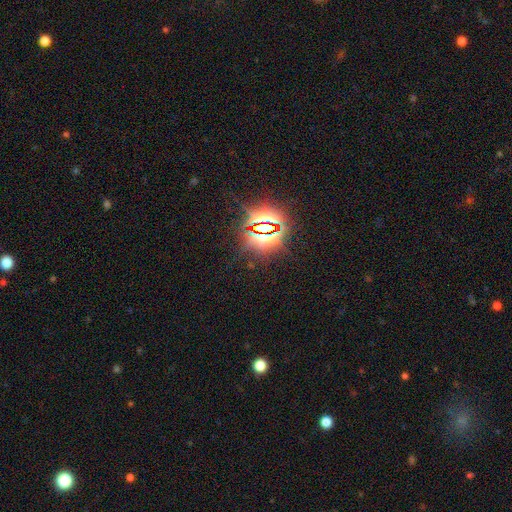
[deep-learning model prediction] smooth_or_featured: star or artifact (p=0.80) [alt: smooth p=0.13]